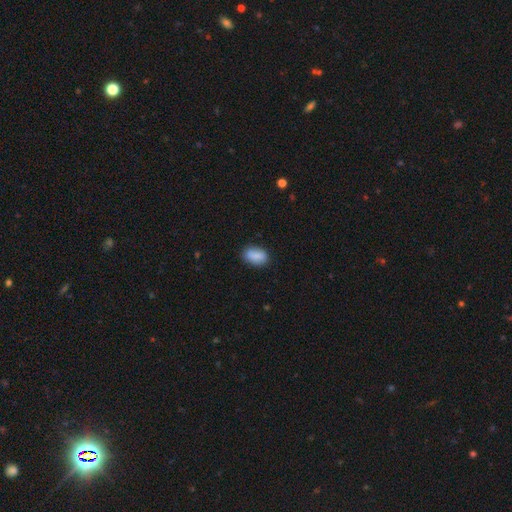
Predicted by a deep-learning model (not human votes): Smooth or featured?
  - smooth: 87% *
  - star or artifact: 7%
  - featured or disk: 6%
How rounded?
  - in between: 89% *
  - round: 8%
  - cigar-shaped: 2%
Merging?
  - none: 83% *
  - minor disturbance: 13%
  - major disturbance: 3%
  - merger: 1%